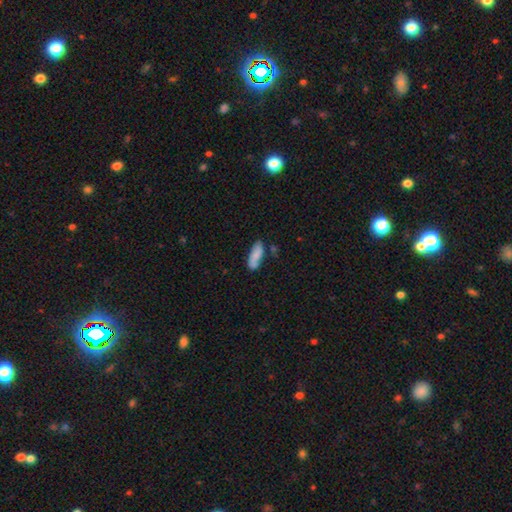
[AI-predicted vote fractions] This is likely a smooth galaxy (78%). How rounded: likely in between (67%). Merging: likely none (62%).